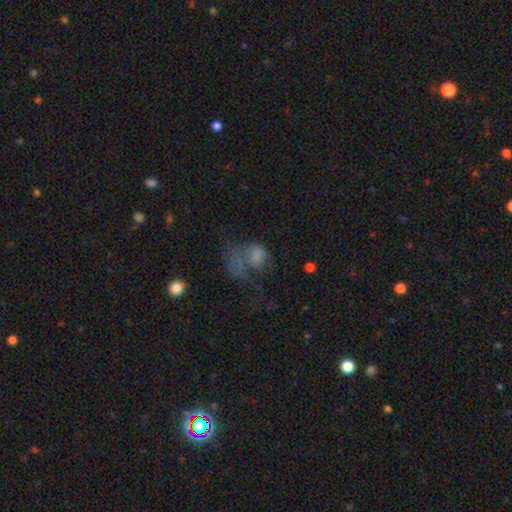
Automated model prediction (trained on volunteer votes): smooth_or_featured: smooth (p=0.53) [alt: featured or disk p=0.30]
how_rounded: in between (p=0.58) [alt: round p=0.40]
merging: major disturbance (p=0.57) [alt: none p=0.17]